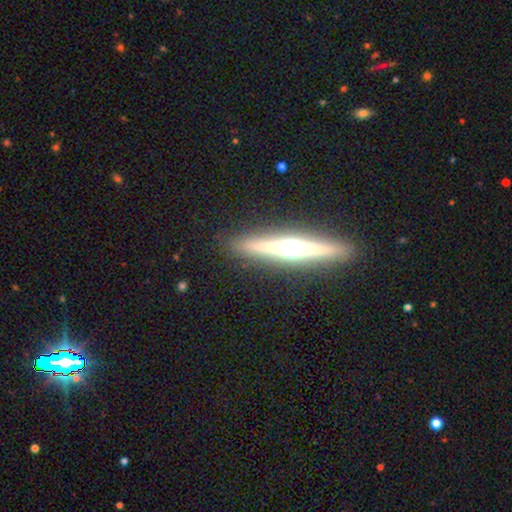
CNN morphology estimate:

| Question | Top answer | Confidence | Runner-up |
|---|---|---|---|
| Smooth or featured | featured or disk | 75% | smooth (18%) |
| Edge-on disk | yes | 97% | no (3%) |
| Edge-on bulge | rounded | 86% | boxy (8%) |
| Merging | none | 92% | minor disturbance (6%) |